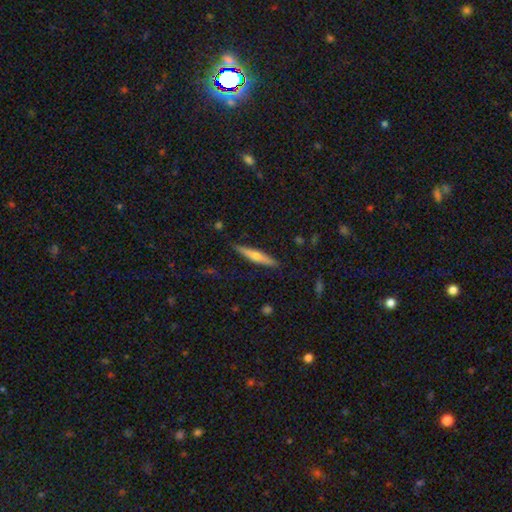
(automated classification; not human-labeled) featured or disk 51%, smooth 43%, star or artifact 6%. Down the decision tree: edge-on disk — yes (95%); merging — none (89%).